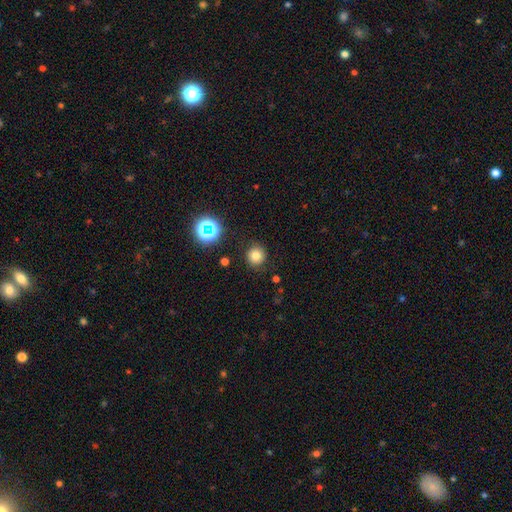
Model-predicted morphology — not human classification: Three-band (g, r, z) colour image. It shows a smooth galaxy with no disk features (73%) that is round (92%). Merging: none (87%).